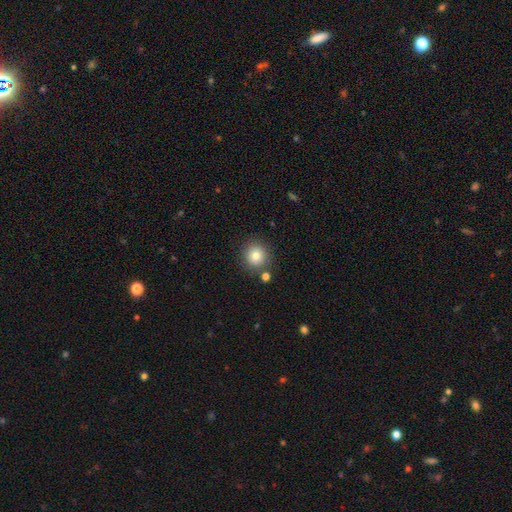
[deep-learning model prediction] Smooth or featured: smooth — 81% (star or artifact — 11%)
How rounded: round — 93% (in between — 6%)
Merging: none — 84% (minor disturbance — 8%)